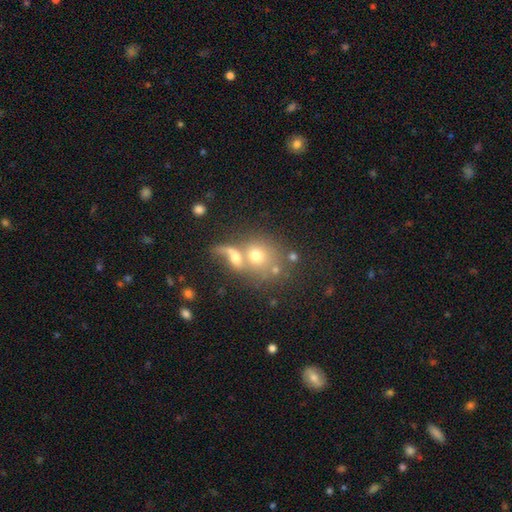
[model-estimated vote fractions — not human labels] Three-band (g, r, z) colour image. It shows a smooth galaxy with no disk features (56%) that is round (71%). Merging: merger (55%).